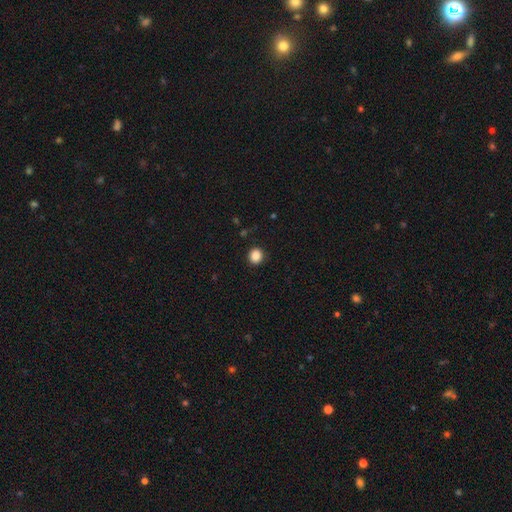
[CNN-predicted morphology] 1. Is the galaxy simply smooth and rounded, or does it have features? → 87% smooth, 10% star or artifact, 3% featured or disk.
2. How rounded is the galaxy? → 85% round, 14% in between, 1% cigar-shaped.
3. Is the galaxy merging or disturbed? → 91% none, 6% minor disturbance, 2% major disturbance, 1% merger.